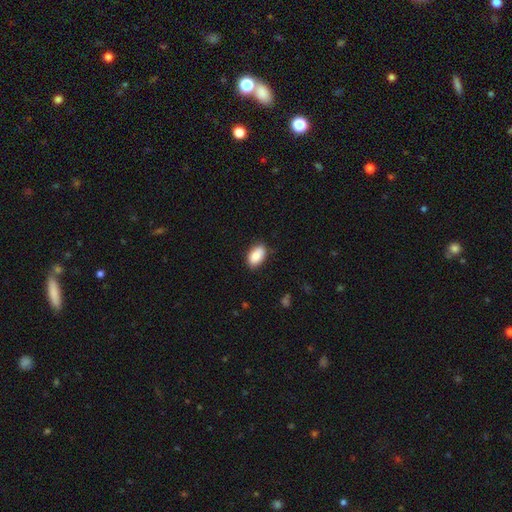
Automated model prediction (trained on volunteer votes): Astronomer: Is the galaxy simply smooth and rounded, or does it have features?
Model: smooth — 86%.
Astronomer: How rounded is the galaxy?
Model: in between — 92%.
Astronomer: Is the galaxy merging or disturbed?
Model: none — 83%.